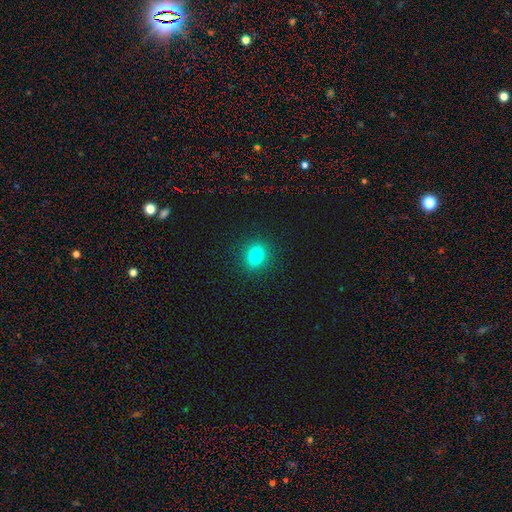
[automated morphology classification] smooth-or-featured: smooth: 81% | star or artifact: 12% | featured or disk: 7%
  how-rounded: round: 54% | in between: 44% | cigar-shaped: 1%
  merging: none: 90% | minor disturbance: 7% | major disturbance: 2% | merger: 1%